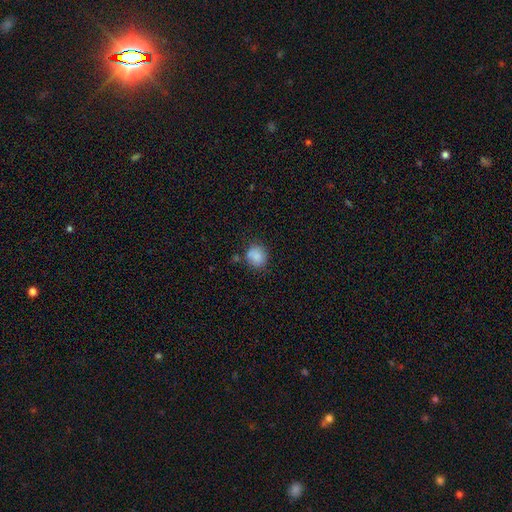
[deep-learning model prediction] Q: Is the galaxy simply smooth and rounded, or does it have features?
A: smooth — 85%.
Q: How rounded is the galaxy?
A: round — 75%.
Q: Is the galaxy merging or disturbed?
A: none — 71%.